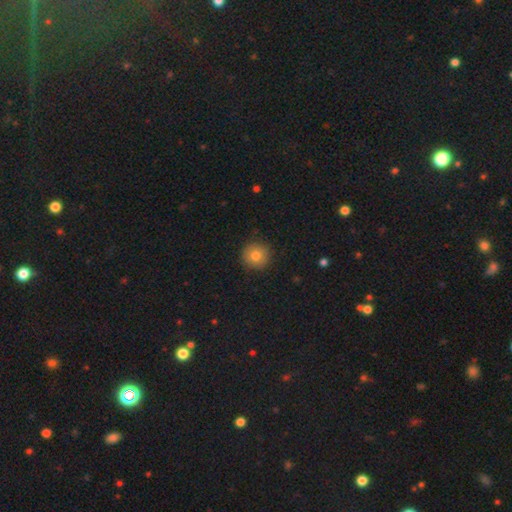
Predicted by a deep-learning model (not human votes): The model was most divided on "smooth or featured": smooth: 79%, star or artifact: 11%, featured or disk: 10%. More confident: how rounded — round (95%); merging — none (90%).